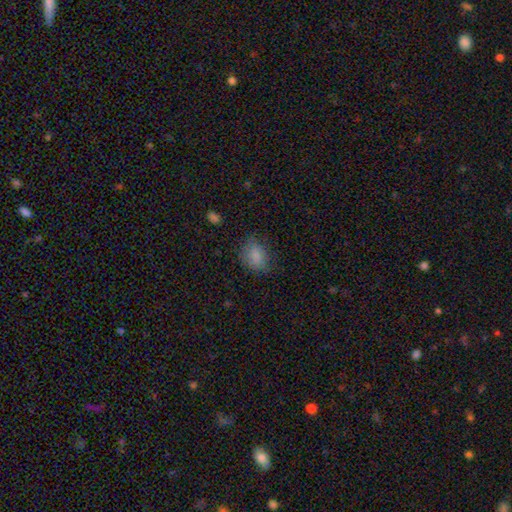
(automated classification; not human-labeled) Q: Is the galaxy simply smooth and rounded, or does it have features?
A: smooth — 82%.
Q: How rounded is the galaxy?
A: in between — 64%.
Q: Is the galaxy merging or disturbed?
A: none — 70%.